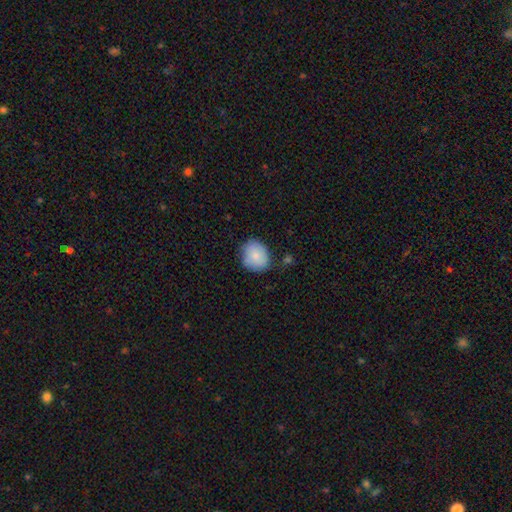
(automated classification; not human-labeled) Smooth or featured?
  - smooth: 81% *
  - featured or disk: 13%
  - star or artifact: 7%
How rounded?
  - round: 67% *
  - in between: 32%
  - cigar-shaped: 1%
Merging?
  - none: 71% *
  - minor disturbance: 22%
  - major disturbance: 4%
  - merger: 3%